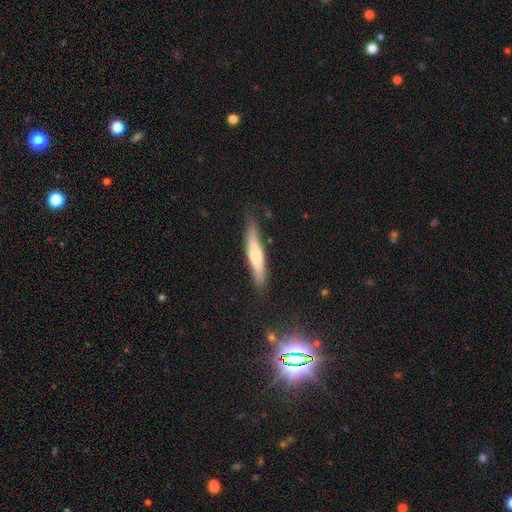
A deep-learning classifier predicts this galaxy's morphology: Q: Smooth or featured?
A: smooth (55%); runner-up: featured or disk (39%)
Q: How rounded?
A: cigar-shaped (87%); runner-up: in between (12%)
Q: Merging?
A: none (80%); runner-up: minor disturbance (15%)